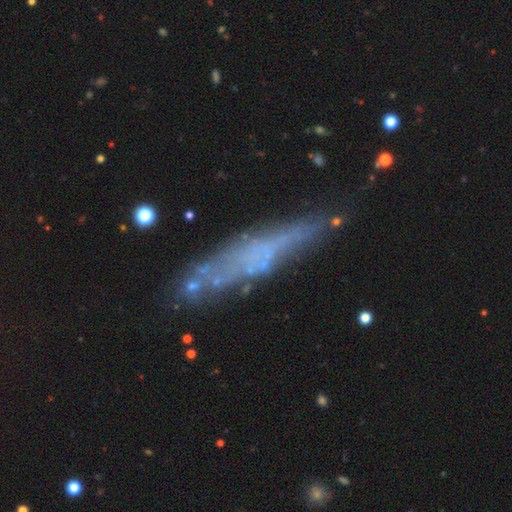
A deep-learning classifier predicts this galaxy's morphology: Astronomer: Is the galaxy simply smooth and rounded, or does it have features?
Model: featured or disk — 54% (runner-up: smooth, 31%).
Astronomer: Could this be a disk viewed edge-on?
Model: yes — 66%.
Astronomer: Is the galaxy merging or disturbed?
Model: none — 64%.